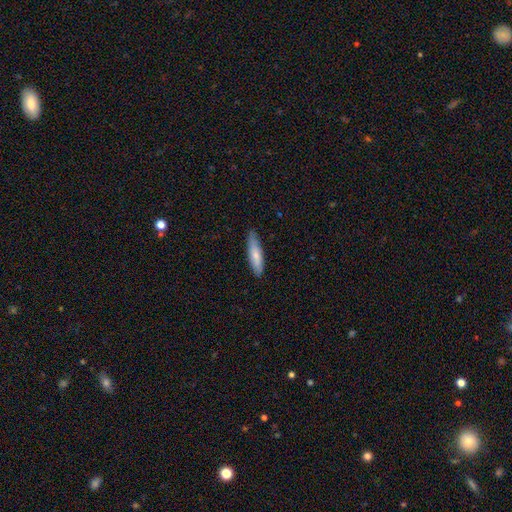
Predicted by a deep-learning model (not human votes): This is likely a smooth galaxy (75%). How rounded: likely cigar-shaped (68%). Merging: clearly none (80%).